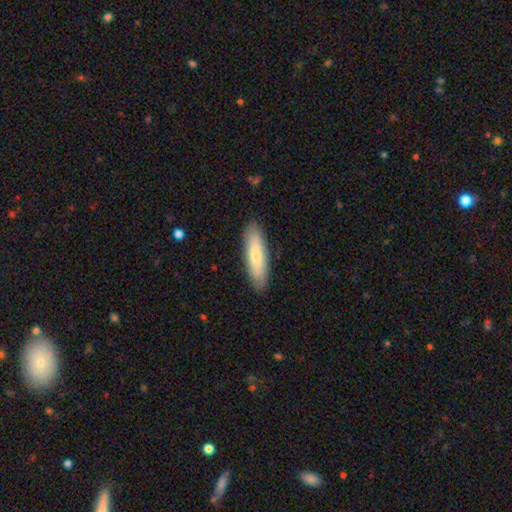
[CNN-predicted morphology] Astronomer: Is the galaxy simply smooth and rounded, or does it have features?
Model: smooth — 73%.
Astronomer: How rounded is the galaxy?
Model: cigar-shaped — 63%.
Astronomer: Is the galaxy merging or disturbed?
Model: none — 88%.